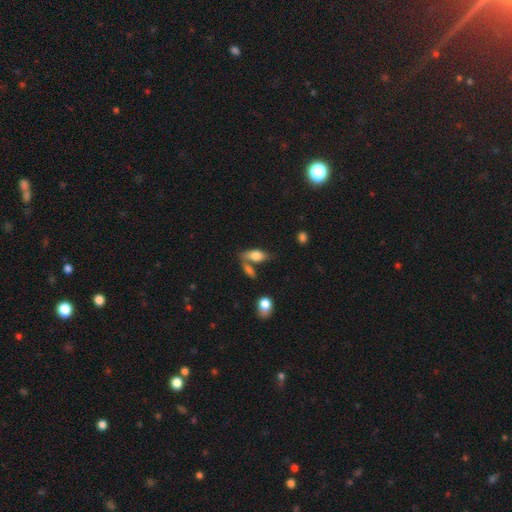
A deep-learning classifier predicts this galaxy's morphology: The model was most divided on "merging": none: 49%, merger: 28%, minor disturbance: 16%, major disturbance: 7%. More confident: how rounded — in between (79%); smooth or featured — smooth (71%).